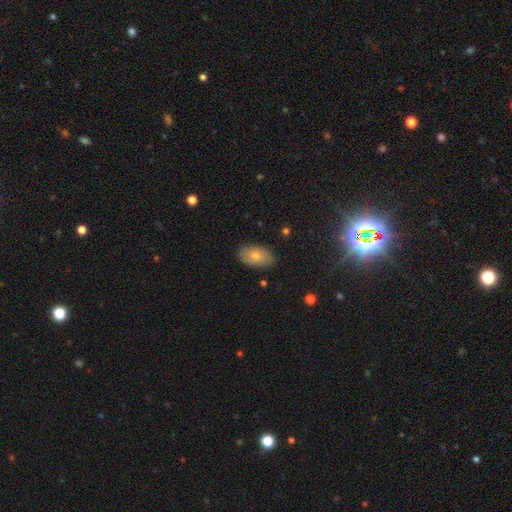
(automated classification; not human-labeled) Q: Smooth or featured?
A: smooth (74%); runner-up: featured or disk (19%)
Q: How rounded?
A: in between (93%); runner-up: round (5%)
Q: Merging?
A: none (82%); runner-up: minor disturbance (14%)